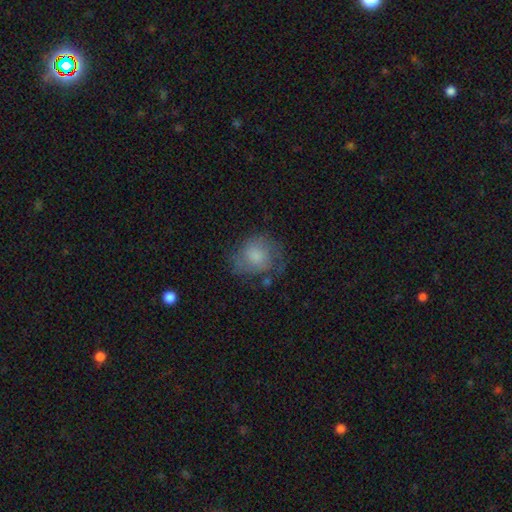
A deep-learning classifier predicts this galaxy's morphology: A smooth galaxy with no disk features (63%) that is round (72%).

Vote fractions:
- Smooth or featured? smooth: 63% / featured or disk: 29% / star or artifact: 8%
- How rounded? round: 72% / in between: 27% / cigar-shaped: 1%
- Merging? none: 51% / minor disturbance: 27% / major disturbance: 19% / merger: 3%